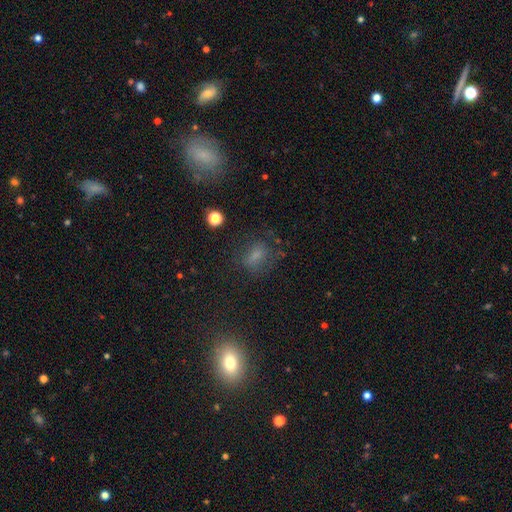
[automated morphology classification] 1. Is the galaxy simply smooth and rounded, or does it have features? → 62% smooth, 22% star or artifact, 16% featured or disk.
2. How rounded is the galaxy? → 65% in between, 29% round, 5% cigar-shaped.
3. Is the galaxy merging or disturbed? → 63% none, 20% minor disturbance, 14% major disturbance, 3% merger.